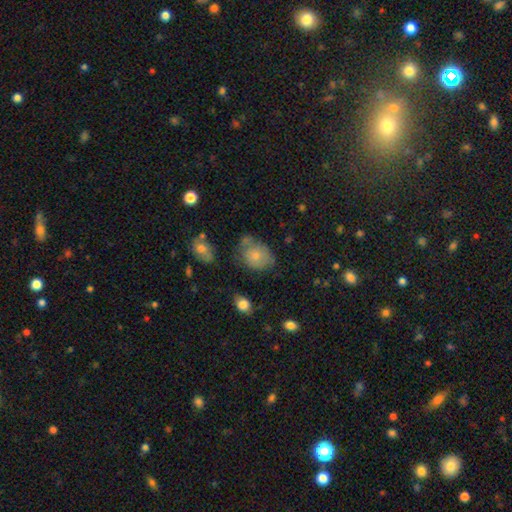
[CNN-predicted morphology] type=smooth (72%); roundness=in between (59%); merging=none (45%).